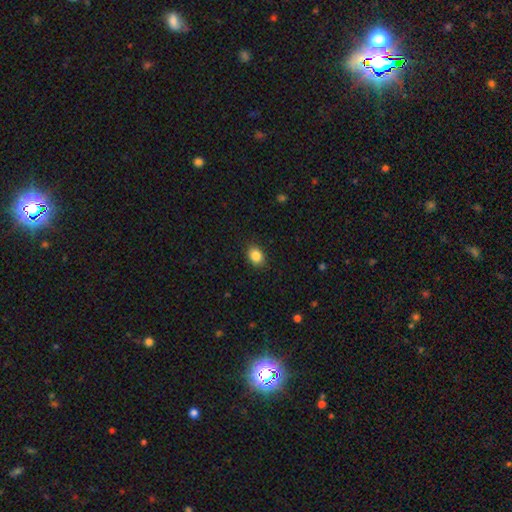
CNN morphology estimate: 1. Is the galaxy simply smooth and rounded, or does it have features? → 86% smooth, 9% star or artifact, 5% featured or disk.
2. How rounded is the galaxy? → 63% in between, 36% round, 1% cigar-shaped.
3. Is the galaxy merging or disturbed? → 88% none, 9% minor disturbance, 2% major disturbance, 1% merger.